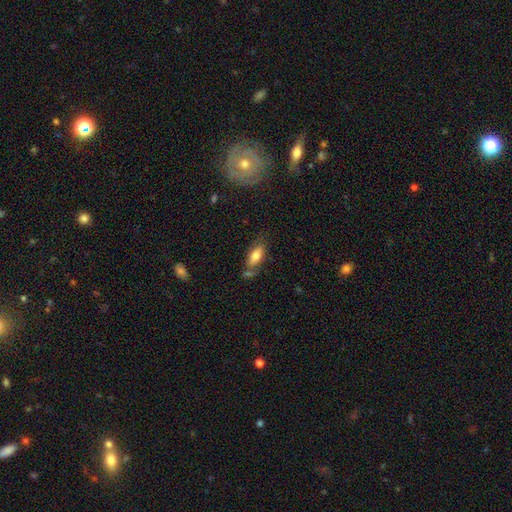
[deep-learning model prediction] A smooth galaxy with no disk features (71%) that is in between round and cigar-shaped (81%). Merging: none (58%).